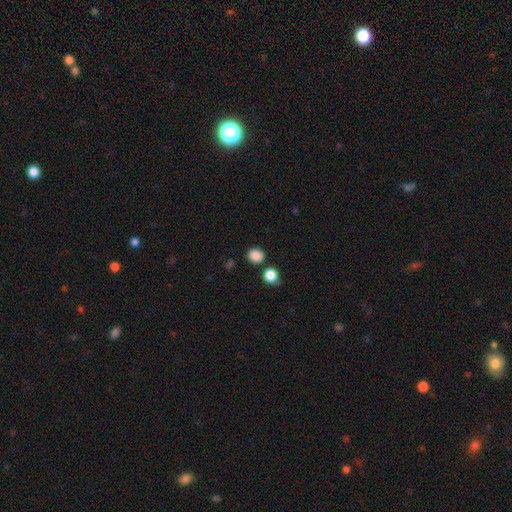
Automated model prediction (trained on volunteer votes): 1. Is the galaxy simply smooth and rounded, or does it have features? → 86% smooth, 10% star or artifact, 3% featured or disk.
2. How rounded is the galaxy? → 74% round, 25% in between, 1% cigar-shaped.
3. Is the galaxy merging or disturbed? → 80% none, 10% minor disturbance, 8% merger, 3% major disturbance.